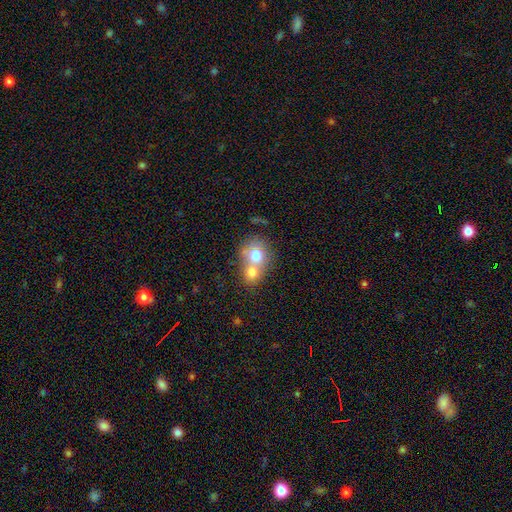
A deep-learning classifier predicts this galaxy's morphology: Smooth or featured: smooth — 70% (featured or disk — 21%)
How rounded: round — 66% (in between — 33%)
Merging: merger — 68% (none — 21%)